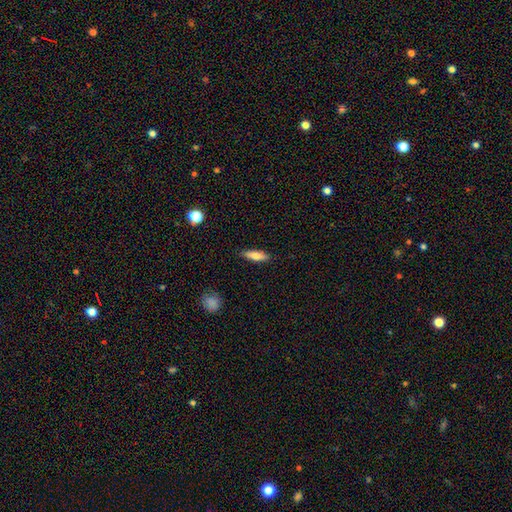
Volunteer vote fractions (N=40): A smooth galaxy with no disk features (50%) that is in between round and cigar-shaped (50%).

Vote fractions:
- Smooth or featured? smooth: 50% / featured or disk: 42% / star or artifact: 8%
- How rounded? in between: 50% / cigar-shaped: 45% / round: 5%
- Merging? none: 86% / minor disturbance: 11% / merger: 3% / major disturbance: 0%